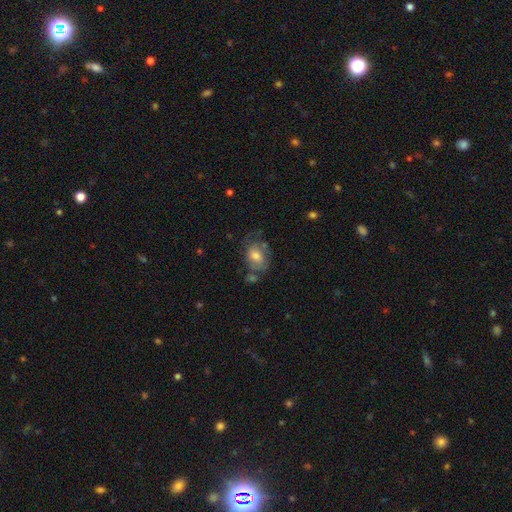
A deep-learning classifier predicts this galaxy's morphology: This is possibly a smooth galaxy (57%). How rounded: likely in between (76%). Merging: possibly none (46%).